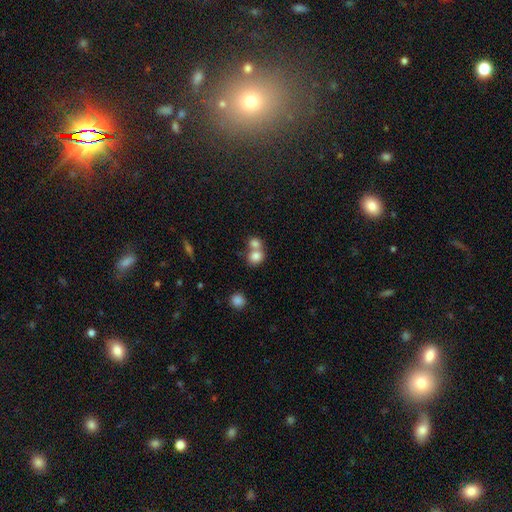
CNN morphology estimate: The model was most divided on "merging": merger: 59%, none: 32%, minor disturbance: 6%, major disturbance: 3%. More confident: smooth or featured — smooth (79%); how rounded — round (70%).